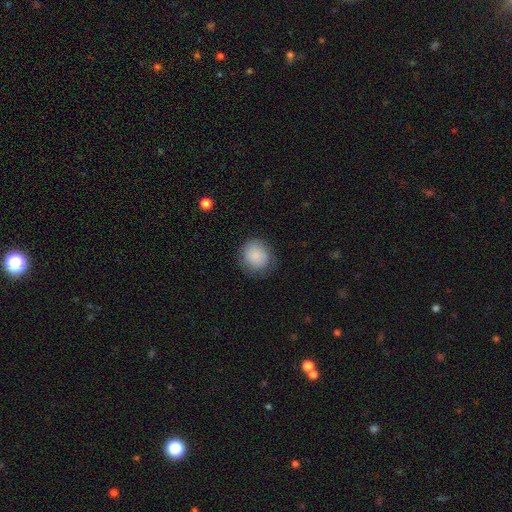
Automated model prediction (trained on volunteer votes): Smooth or featured?
  - smooth: 85% *
  - star or artifact: 8%
  - featured or disk: 7%
How rounded?
  - round: 78% *
  - in between: 21%
  - cigar-shaped: 1%
Merging?
  - none: 77% *
  - minor disturbance: 17%
  - major disturbance: 5%
  - merger: 1%